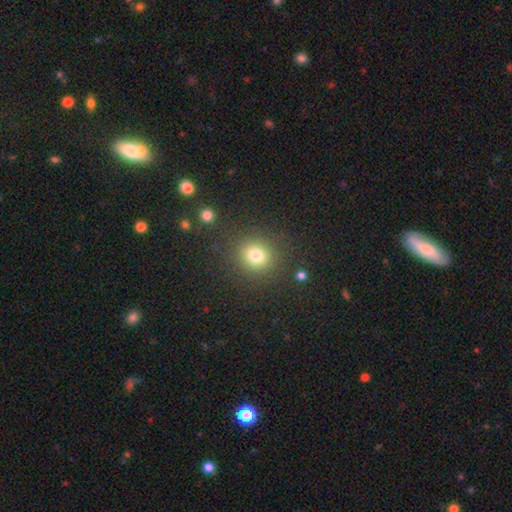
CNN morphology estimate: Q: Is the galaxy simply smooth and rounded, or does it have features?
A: smooth — 78%.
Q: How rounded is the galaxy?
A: round — 85%.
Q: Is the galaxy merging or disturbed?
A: none — 87%.